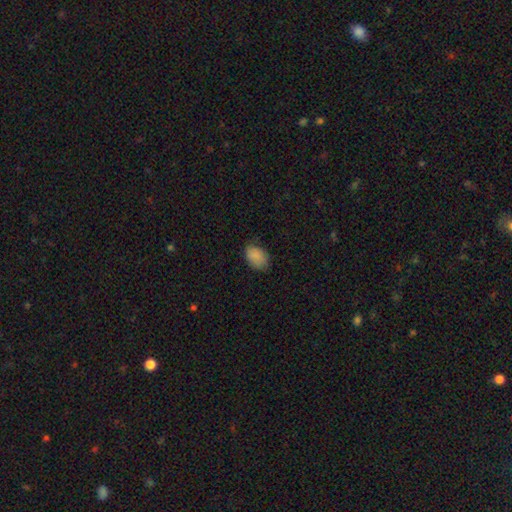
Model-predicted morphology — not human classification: type=smooth (85%); roundness=in between (82%); merging=none (69%).